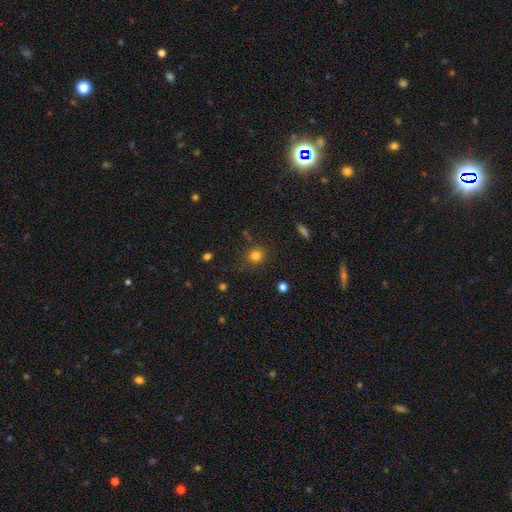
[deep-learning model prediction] Q: Smooth or featured?
A: smooth (81%); runner-up: star or artifact (14%)
Q: How rounded?
A: round (84%); runner-up: in between (15%)
Q: Merging?
A: none (82%); runner-up: minor disturbance (11%)